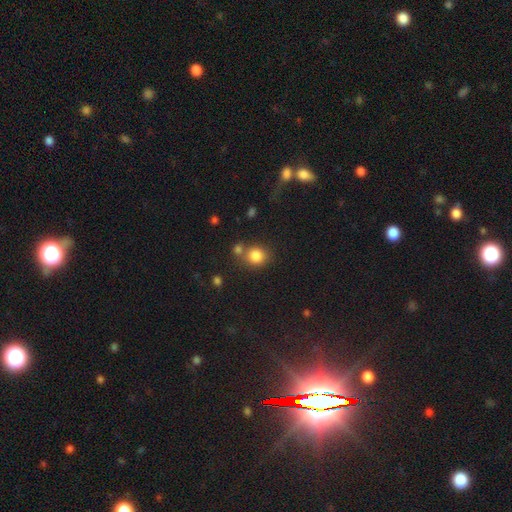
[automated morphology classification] Smooth or featured? smooth (84%)
How rounded? round (80%)
Merging? none (64%)